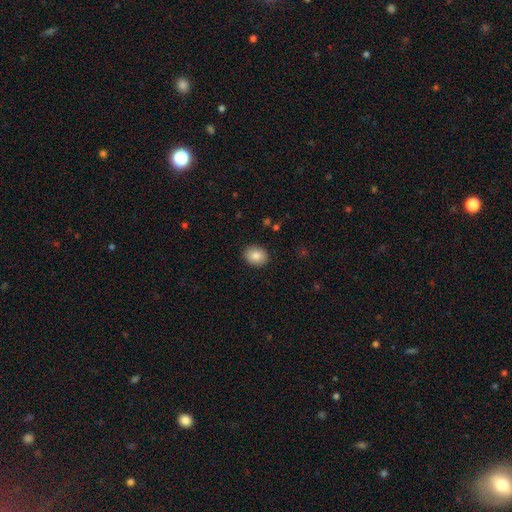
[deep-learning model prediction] This appears to be a smooth galaxy with no disk features (85%) that is in between round and cigar-shaped (50%). Merging: none (90%).